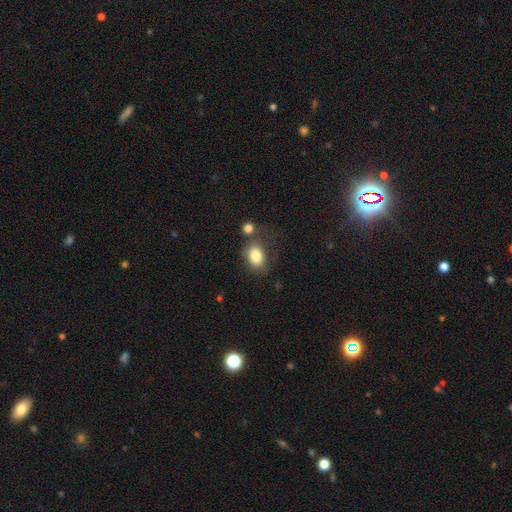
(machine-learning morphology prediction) type=smooth (84%); roundness=in between (78%); merging=none (55%).